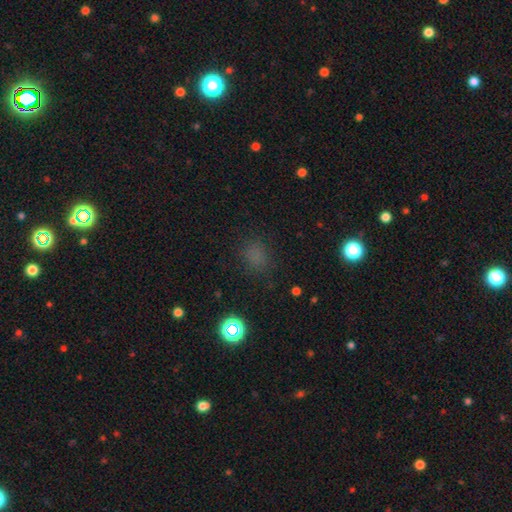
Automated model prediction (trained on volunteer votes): The model was most divided on "how rounded": round: 67%, in between: 31%, cigar-shaped: 2%. More confident: merging — none (82%); smooth or featured — smooth (69%).